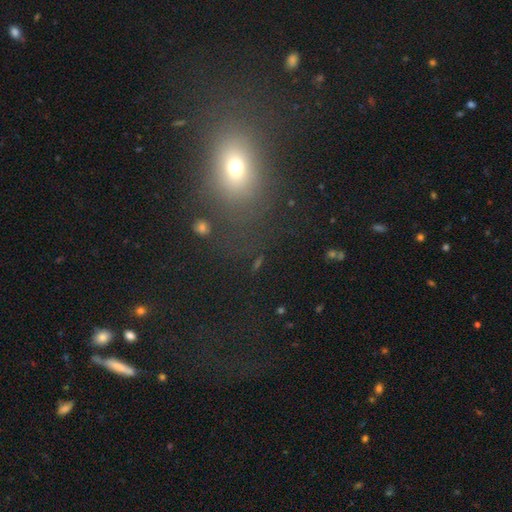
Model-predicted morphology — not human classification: This appears to be a smooth galaxy with no disk features (56%) that is in between round and cigar-shaped (58%). Merging: none (67%).